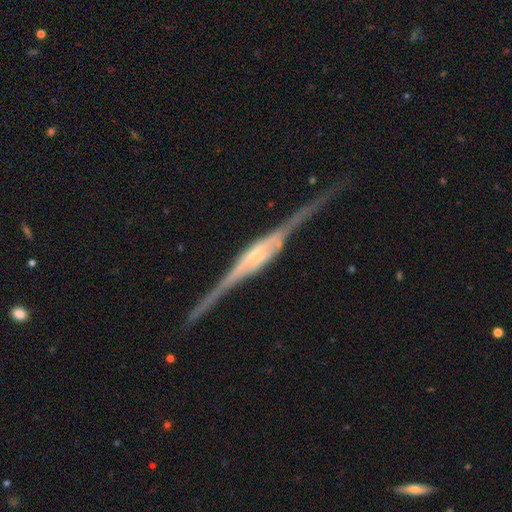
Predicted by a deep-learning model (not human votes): featured or disk 89%, smooth 6%, star or artifact 5%. Down the decision tree: edge-on disk — yes (98%); edge-on bulge — boxy (53%); merging — none (83%).